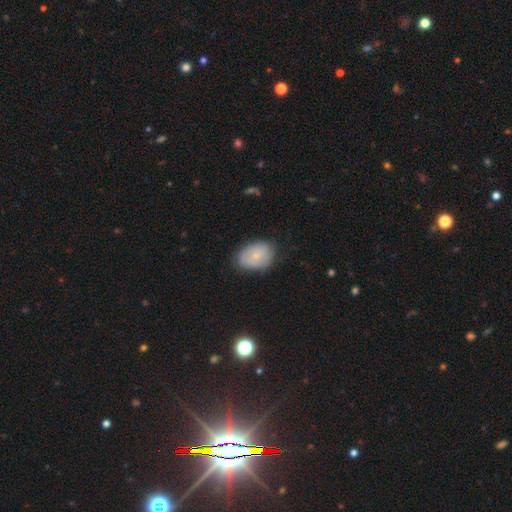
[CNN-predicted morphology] smooth-or-featured: smooth: 58% | featured or disk: 34% | star or artifact: 8%
  how-rounded: in between: 72% | round: 27% | cigar-shaped: 1%
  merging: none: 73% | minor disturbance: 21% | major disturbance: 5% | merger: 1%